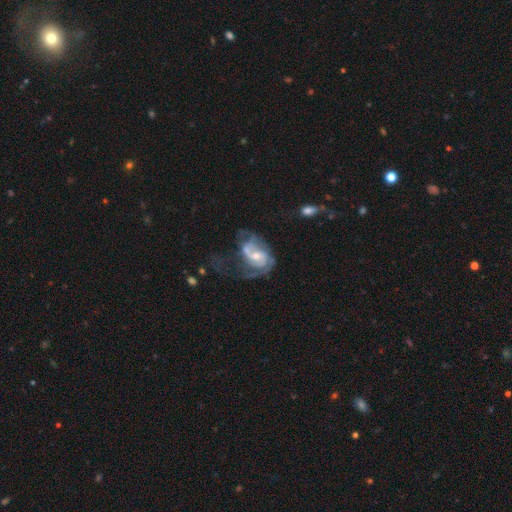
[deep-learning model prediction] Q: Smooth or featured?
A: featured or disk (80%); runner-up: smooth (13%)
Q: Edge-on disk?
A: no (97%); runner-up: yes (3%)
Q: Bar?
A: no (51%); runner-up: weak (40%)
Q: Spiral arms?
A: yes (87%); runner-up: no (13%)
Q: Spiral winding?
A: medium (43%); runner-up: tight (32%)
Q: Spiral arm count?
A: 2 (52%); runner-up: can't tell (22%)
Q: Bulge size?
A: moderate (52%); runner-up: small (37%)
Q: Merging?
A: major disturbance (40%); runner-up: none (31%)